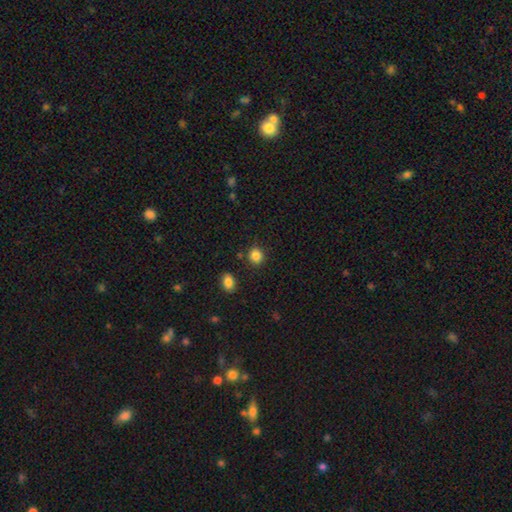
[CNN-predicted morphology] Smooth or featured? smooth (86%)
How rounded? round (82%)
Merging? none (85%)